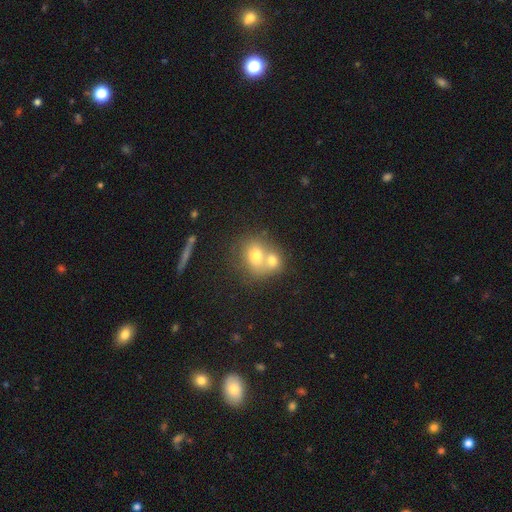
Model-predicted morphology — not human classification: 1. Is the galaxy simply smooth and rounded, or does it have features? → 68% smooth, 21% featured or disk, 11% star or artifact.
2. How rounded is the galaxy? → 67% round, 32% in between, 1% cigar-shaped.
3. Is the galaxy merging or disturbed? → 63% merger, 27% none, 7% minor disturbance, 3% major disturbance.